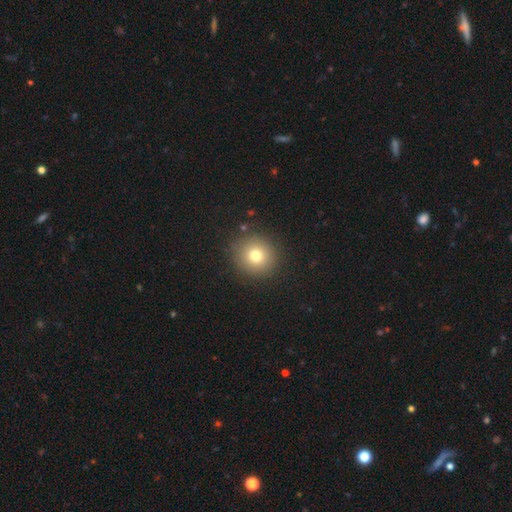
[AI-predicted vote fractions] This appears to be a smooth galaxy with no disk features (76%) that is round (93%). Merging: none (89%).